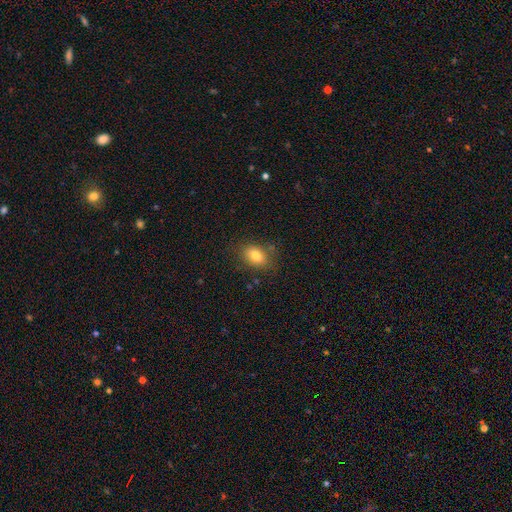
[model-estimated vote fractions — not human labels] Overall: smooth (79%). How rounded: in between (77%). Merging: none (80%).